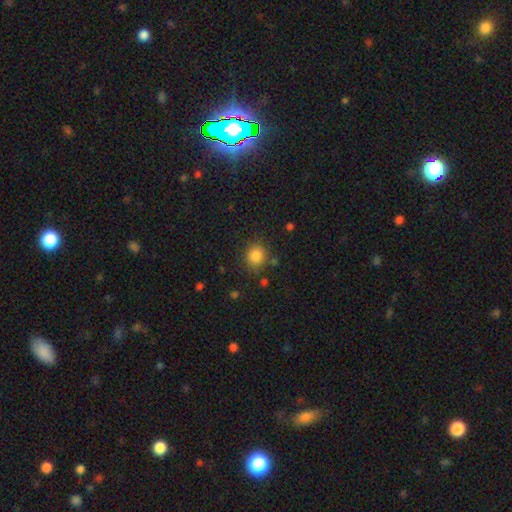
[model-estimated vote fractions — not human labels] The model was most divided on "how rounded": round: 80%, in between: 19%, cigar-shaped: 1%. More confident: smooth or featured — smooth (85%); merging — none (81%).